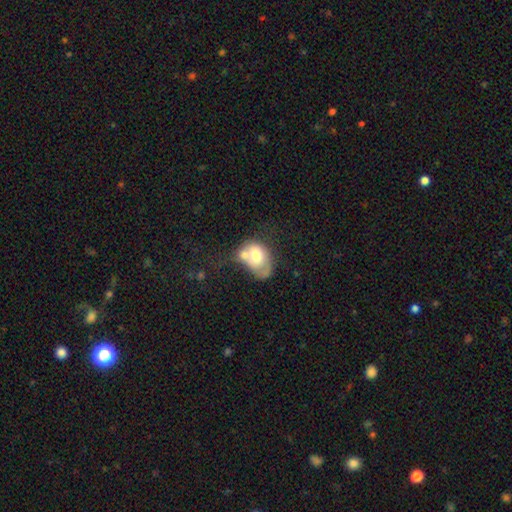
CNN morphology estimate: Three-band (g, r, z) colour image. It shows a smooth galaxy with no disk features (61%) that is in between round and cigar-shaped (71%). Merging: merger (51%).